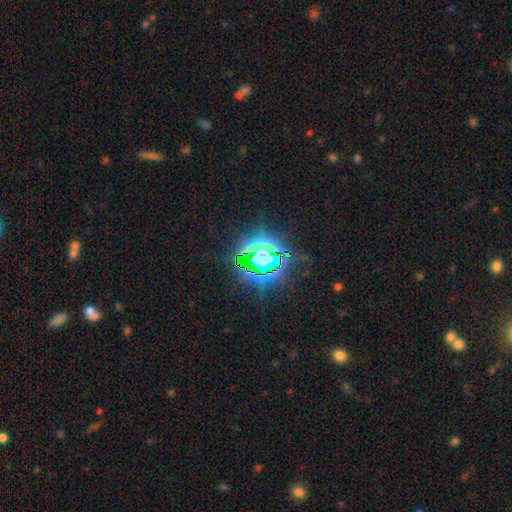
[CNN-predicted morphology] Q: Smooth or featured?
A: star or artifact (75%); runner-up: smooth (15%)